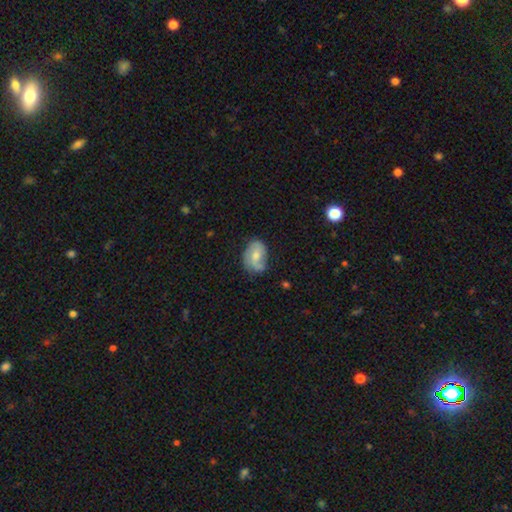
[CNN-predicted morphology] Overall: smooth (53%; featured or disk 40%). How rounded: in between (77%). Merging: none (53%; minor disturbance 33%).